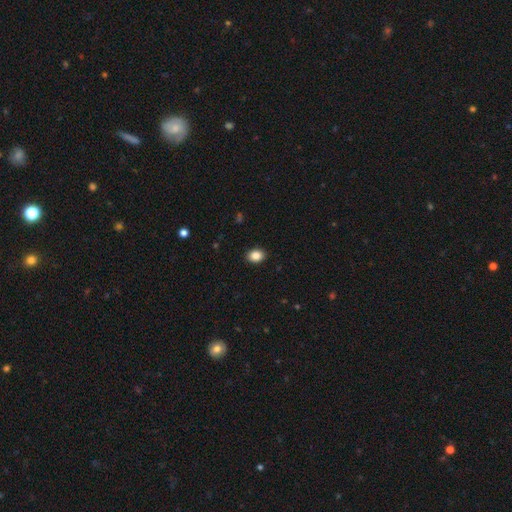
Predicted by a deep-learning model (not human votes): smooth 87%, star or artifact 9%, featured or disk 4%. Down the decision tree: how rounded — in between (66%); merging — none (90%).